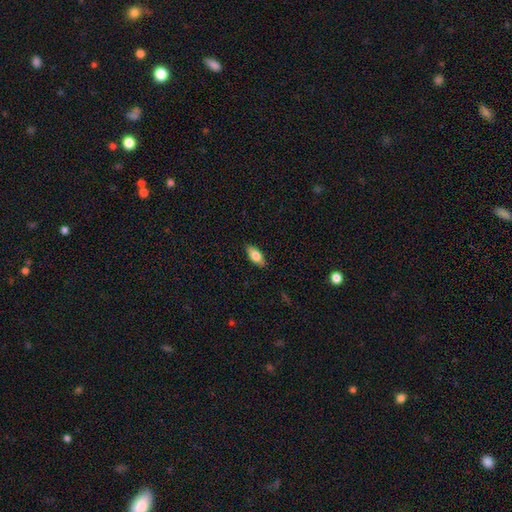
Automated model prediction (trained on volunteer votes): A smooth galaxy with no disk features (76%) that is in between round and cigar-shaped (83%).

Vote fractions:
- Smooth or featured? smooth: 76% / featured or disk: 17% / star or artifact: 7%
- How rounded? in between: 83% / cigar-shaped: 14% / round: 3%
- Merging? none: 88% / minor disturbance: 9% / major disturbance: 2% / merger: 1%